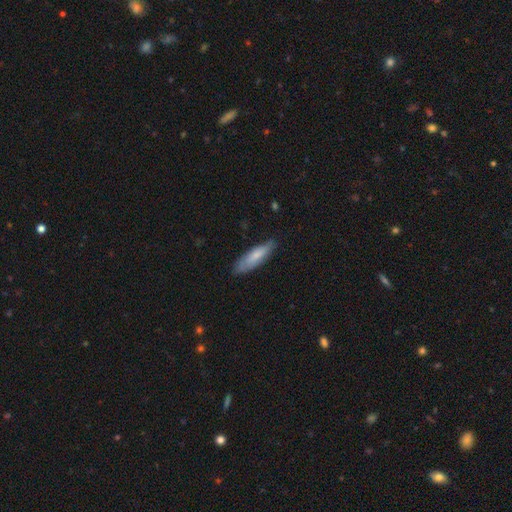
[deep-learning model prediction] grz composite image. It shows a smooth galaxy with no disk features (70%) that is cigar-shaped (59%). Merging: none (76%).